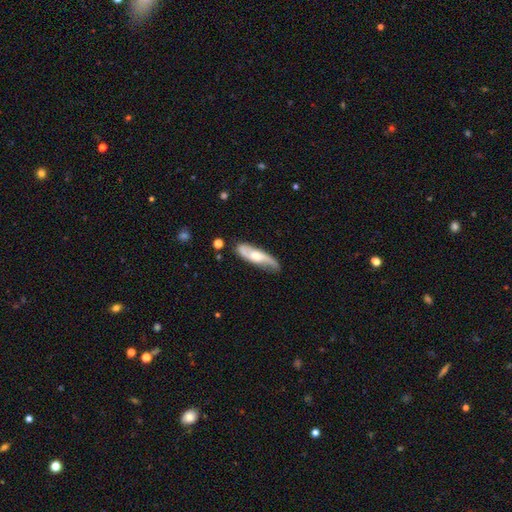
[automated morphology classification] The model was most divided on "smooth or featured": featured or disk: 63%, smooth: 32%, star or artifact: 5%. More confident: edge-on disk — no (71%); merging — none (66%).